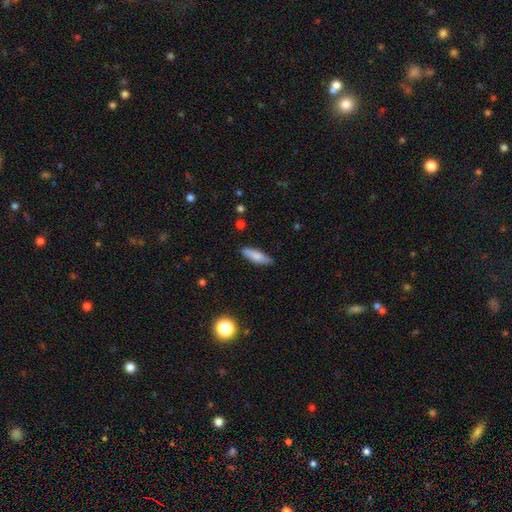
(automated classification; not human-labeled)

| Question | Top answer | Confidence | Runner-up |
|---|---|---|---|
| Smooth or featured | smooth | 80% | featured or disk (14%) |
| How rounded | cigar-shaped | 52% | in between (46%) |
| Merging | none | 84% | minor disturbance (12%) |